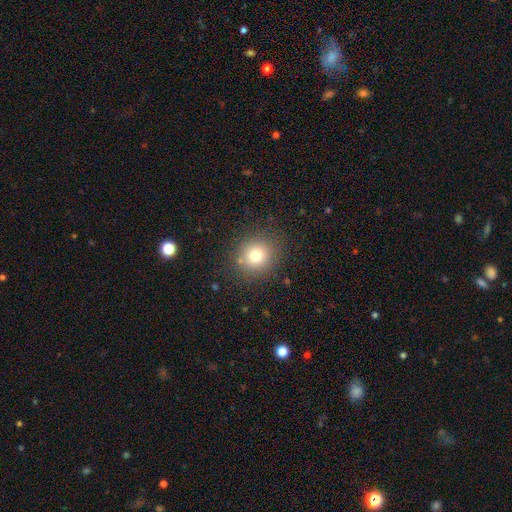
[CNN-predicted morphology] Smooth or featured: smooth — 75% (star or artifact — 15%)
How rounded: round — 88% (in between — 11%)
Merging: none — 85% (minor disturbance — 9%)